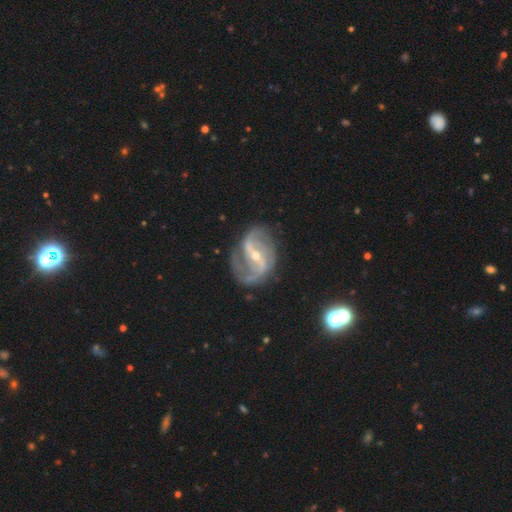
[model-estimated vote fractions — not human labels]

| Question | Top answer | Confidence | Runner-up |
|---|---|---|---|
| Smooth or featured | featured or disk | 91% | star or artifact (6%) |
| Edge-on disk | no | 97% | yes (3%) |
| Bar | strong | 48% | weak (36%) |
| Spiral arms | yes | 97% | no (3%) |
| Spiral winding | medium | 48% | loose (34%) |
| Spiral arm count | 2 | 77% | 3 (9%) |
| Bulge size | small | 68% | moderate (29%) |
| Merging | none | 70% | minor disturbance (18%) |